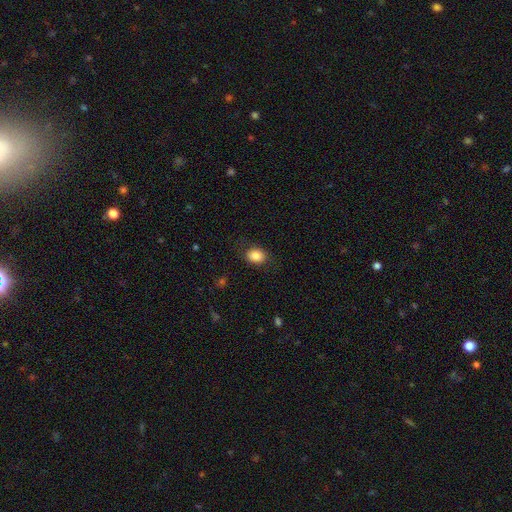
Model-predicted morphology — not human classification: smooth_or_featured: smooth (p=0.86) [alt: star or artifact p=0.09]
how_rounded: in between (p=0.57) [alt: round p=0.42]
merging: none (p=0.81) [alt: minor disturbance p=0.13]